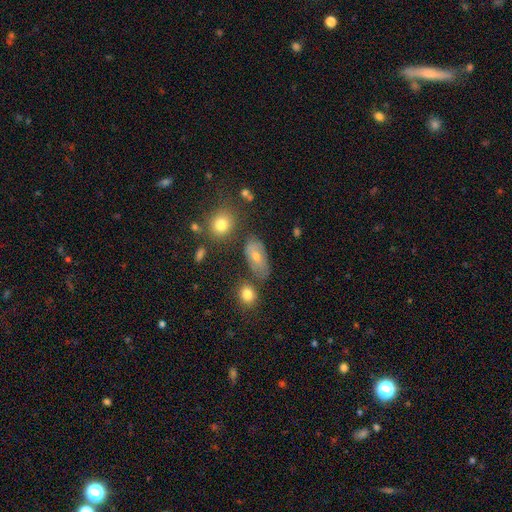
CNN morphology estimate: Smooth or featured: smooth — 63% (featured or disk — 27%)
How rounded: in between — 87% (round — 9%)
Merging: none — 55% (minor disturbance — 26%)